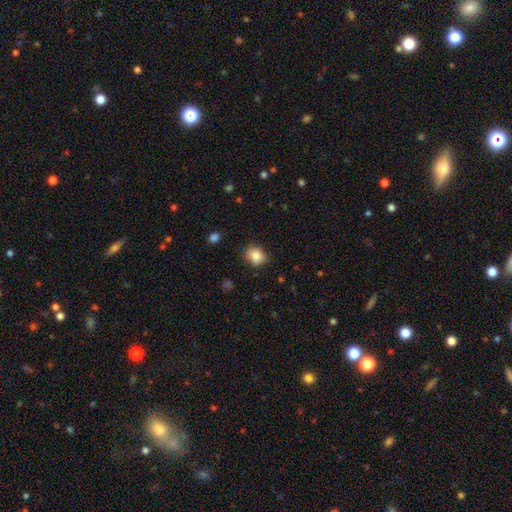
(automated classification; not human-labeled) Smooth or featured? Predicted: smooth (p=0.84). How rounded? Predicted: round (p=0.67). Merging? Predicted: none (p=0.77).